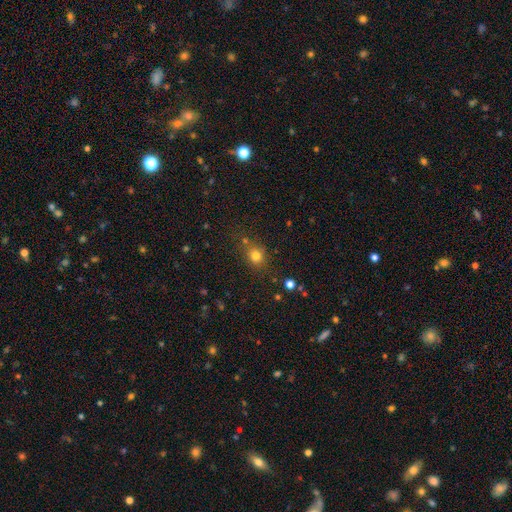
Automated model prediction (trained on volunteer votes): smooth_or_featured: smooth (p=0.77) [alt: star or artifact p=0.15]
how_rounded: round (p=0.72) [alt: in between p=0.27]
merging: none (p=0.72) [alt: minor disturbance p=0.15]